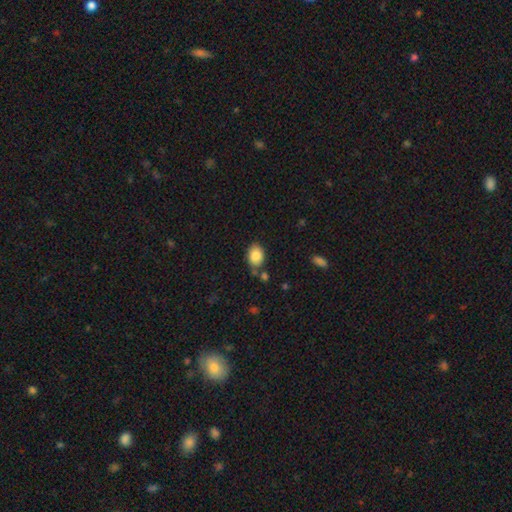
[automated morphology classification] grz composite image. It shows a smooth galaxy with no disk features (86%) that is in between round and cigar-shaped (77%). Merging: none (71%).